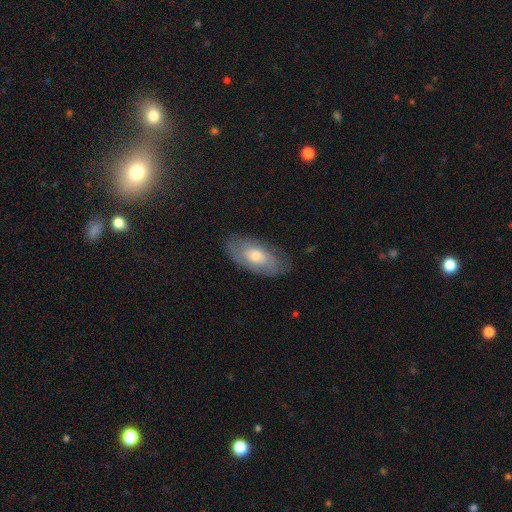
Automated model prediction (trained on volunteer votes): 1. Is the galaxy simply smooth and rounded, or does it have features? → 49% smooth, 44% featured or disk, 7% star or artifact.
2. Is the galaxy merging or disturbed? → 78% none, 17% minor disturbance, 4% major disturbance, 1% merger.